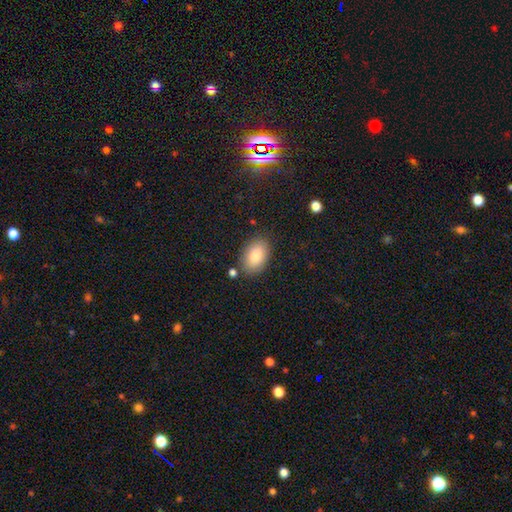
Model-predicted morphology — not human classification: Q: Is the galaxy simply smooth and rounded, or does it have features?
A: smooth — 86%.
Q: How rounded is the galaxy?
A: in between — 91%.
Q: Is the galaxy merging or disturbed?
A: none — 82%.